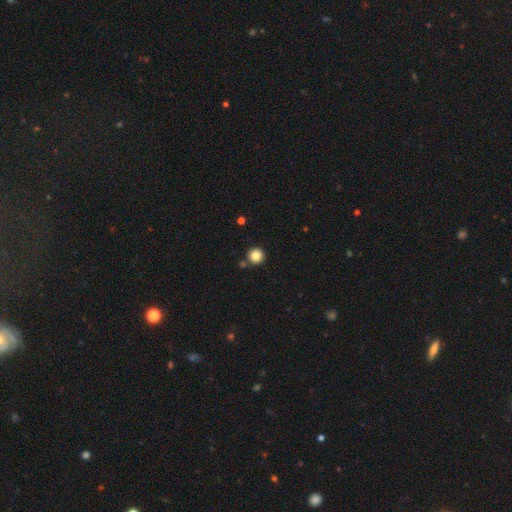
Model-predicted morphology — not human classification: A smooth galaxy with no disk features (85%) that is round (95%). Merging: none (87%).